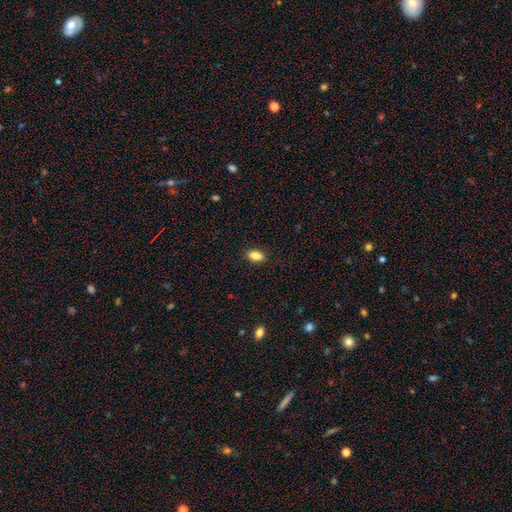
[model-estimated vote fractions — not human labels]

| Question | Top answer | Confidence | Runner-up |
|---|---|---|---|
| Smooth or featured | smooth | 86% | star or artifact (9%) |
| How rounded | in between | 88% | round (8%) |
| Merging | none | 88% | minor disturbance (9%) |